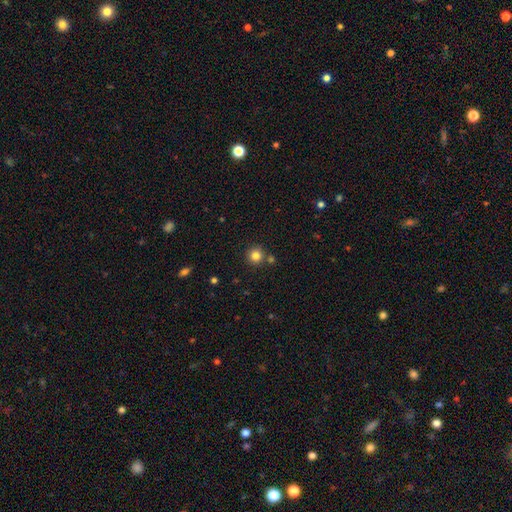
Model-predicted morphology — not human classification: Smooth or featured?
  - smooth: 83% *
  - star or artifact: 12%
  - featured or disk: 5%
How rounded?
  - round: 94% *
  - in between: 5%
  - cigar-shaped: 1%
Merging?
  - none: 80% *
  - merger: 10%
  - minor disturbance: 7%
  - major disturbance: 2%